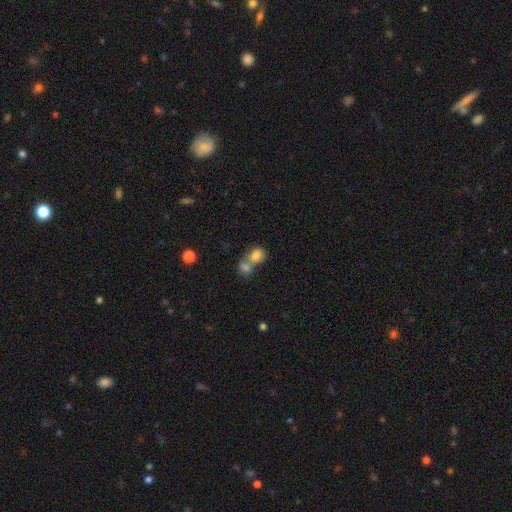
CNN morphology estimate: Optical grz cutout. It shows a smooth galaxy with no disk features (80%) that is in between round and cigar-shaped (53%). Merging: merger (62%).